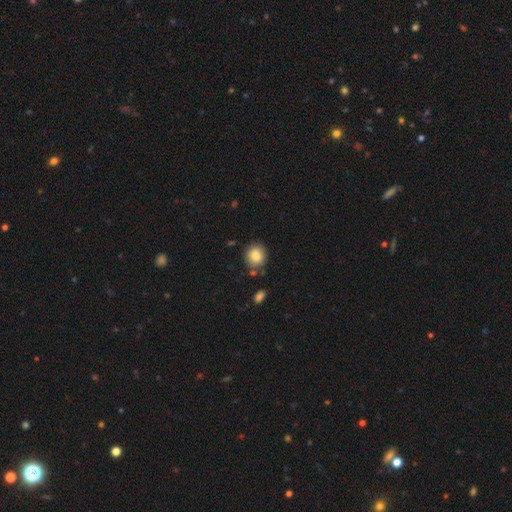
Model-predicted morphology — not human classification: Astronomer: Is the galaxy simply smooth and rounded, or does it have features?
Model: smooth — 85%.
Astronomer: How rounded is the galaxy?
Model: round — 82%.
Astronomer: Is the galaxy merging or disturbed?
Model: none — 81%.